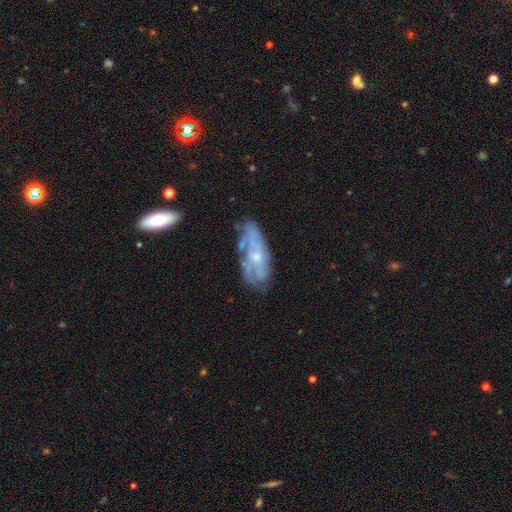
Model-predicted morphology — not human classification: smooth-or-featured: featured or disk: 70% | smooth: 23% | star or artifact: 8%
  disk-edge-on: no: 87% | yes: 13%
    bar: no: 76% | weak: 20% | strong: 4%
    has-spiral-arms: yes: 66% | no: 34%
    bulge-size: small: 56% | moderate: 35% | none: 6% | large: 2% | dominant: 1%
  merging: none: 59% | minor disturbance: 25% | major disturbance: 11% | merger: 5%